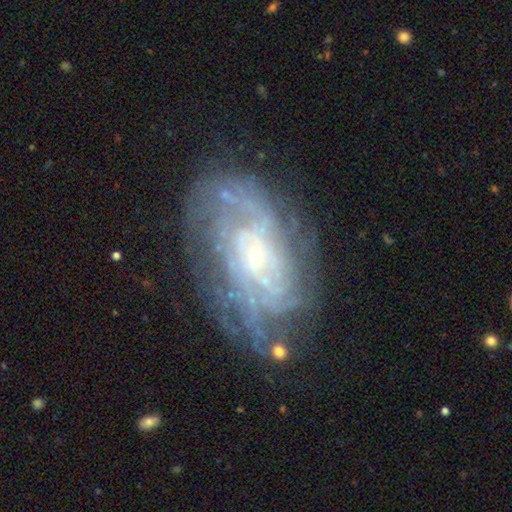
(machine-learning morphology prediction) This appears to be a featured or disk galaxy (83%) with no bar (64%), tight (62%) spiral arms (90%) and a small central bulge (75%). Merging: none (67%).